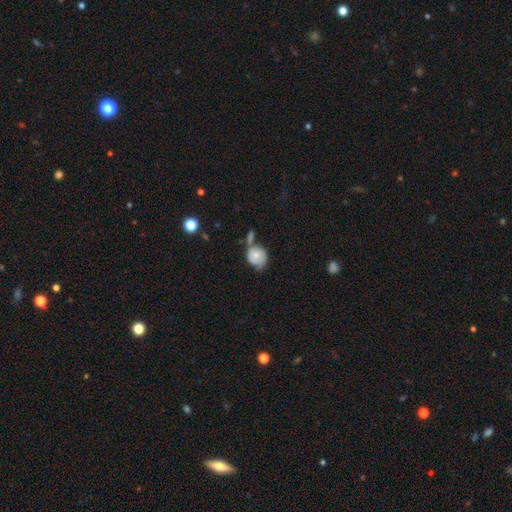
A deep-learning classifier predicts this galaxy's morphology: Smooth or featured? smooth (64%)
How rounded? round (69%)
Merging? none (37%)